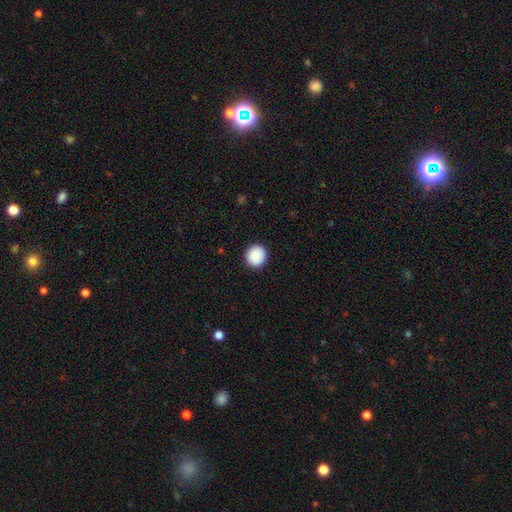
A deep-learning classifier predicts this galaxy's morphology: Smooth or featured: smooth — 89% (star or artifact — 8%)
How rounded: round — 94% (in between — 5%)
Merging: none — 92% (minor disturbance — 5%)